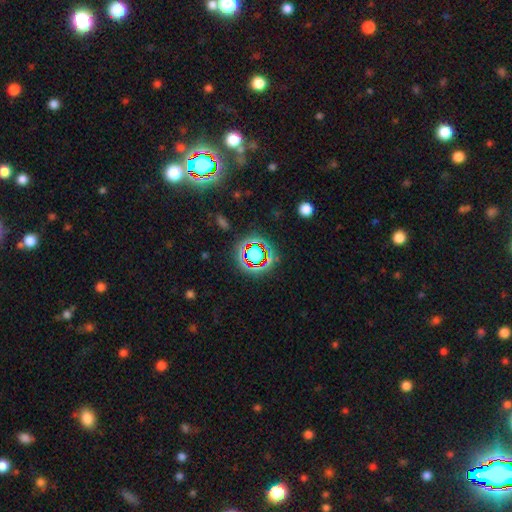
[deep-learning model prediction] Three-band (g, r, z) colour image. It shows a star or artifact, not a galaxy (62%).